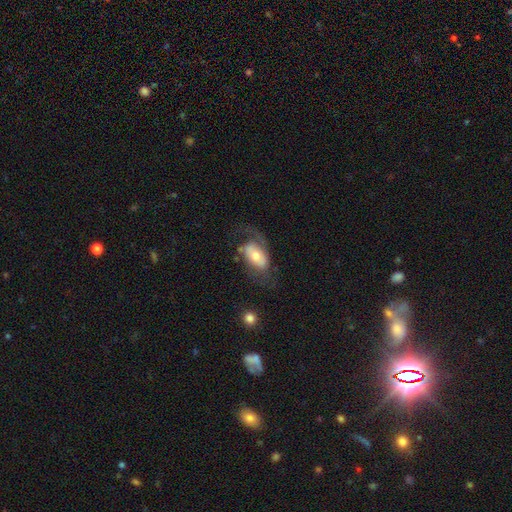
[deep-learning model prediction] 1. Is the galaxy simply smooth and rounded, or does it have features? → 61% featured or disk, 32% smooth, 7% star or artifact.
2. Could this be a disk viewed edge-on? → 94% no, 6% yes.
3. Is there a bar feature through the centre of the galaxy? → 53% no, 31% weak, 16% strong.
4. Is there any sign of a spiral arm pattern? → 80% yes, 20% no.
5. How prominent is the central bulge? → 60% moderate, 25% small, 11% large, 2% dominant, 2% none.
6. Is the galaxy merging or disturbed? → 44% none, 32% major disturbance, 20% minor disturbance, 3% merger.